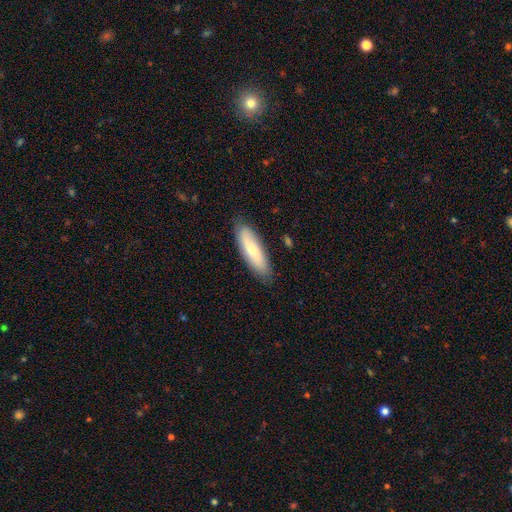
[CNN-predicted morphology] Smooth or featured?
  - smooth: 65% *
  - featured or disk: 30%
  - star or artifact: 6%
How rounded?
  - cigar-shaped: 51% *
  - in between: 47%
  - round: 2%
Merging?
  - none: 83% *
  - minor disturbance: 13%
  - major disturbance: 3%
  - merger: 1%